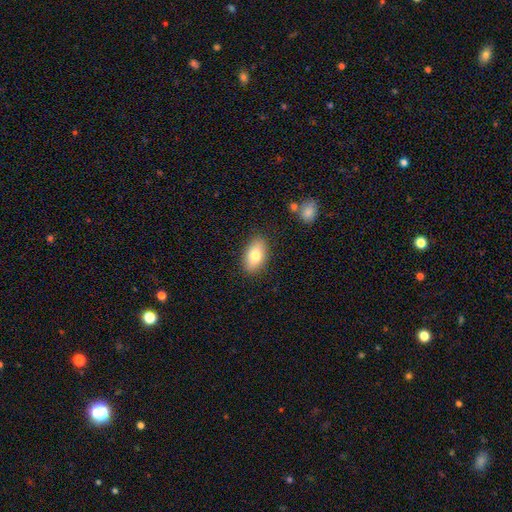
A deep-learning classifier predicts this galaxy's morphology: smooth-or-featured: smooth: 77% | featured or disk: 16% | star or artifact: 7%
  how-rounded: in between: 91% | round: 6% | cigar-shaped: 3%
  merging: none: 86% | minor disturbance: 10% | major disturbance: 3% | merger: 2%